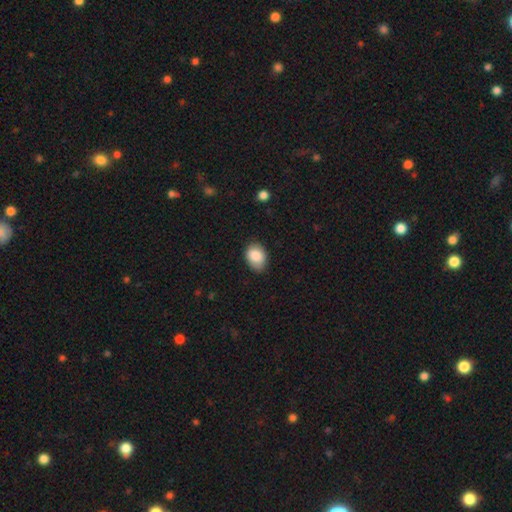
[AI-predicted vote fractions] smooth 86%, star or artifact 7%, featured or disk 7%. Down the decision tree: how rounded — in between (74%); merging — none (78%).